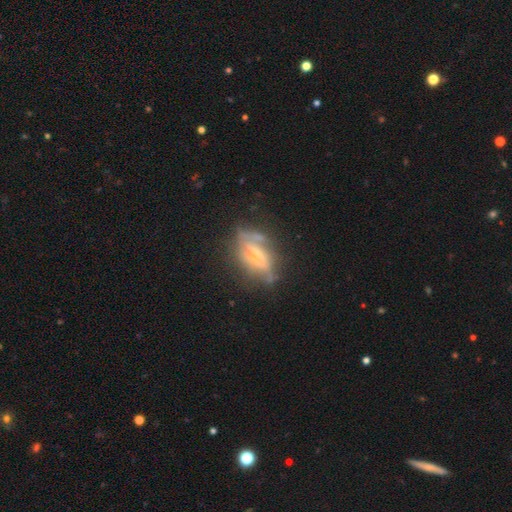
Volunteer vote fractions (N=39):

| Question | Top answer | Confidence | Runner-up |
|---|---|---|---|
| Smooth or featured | featured or disk | 79% | smooth (10%) |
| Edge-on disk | no | 74% | yes (26%) |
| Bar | no | 48% | strong (39%) |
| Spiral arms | yes | 57% | no (43%) |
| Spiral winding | loose | 46% | tight (31%) |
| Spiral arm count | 2 | 62% | can't tell (23%) |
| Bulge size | moderate | 57% | small (22%) |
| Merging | none | 71% | major disturbance (17%) |